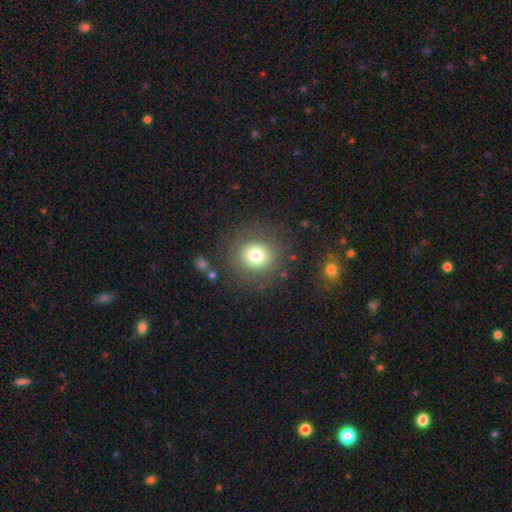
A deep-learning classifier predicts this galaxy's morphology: A smooth galaxy with no disk features (75%) that is round (88%). Merging: none (84%).